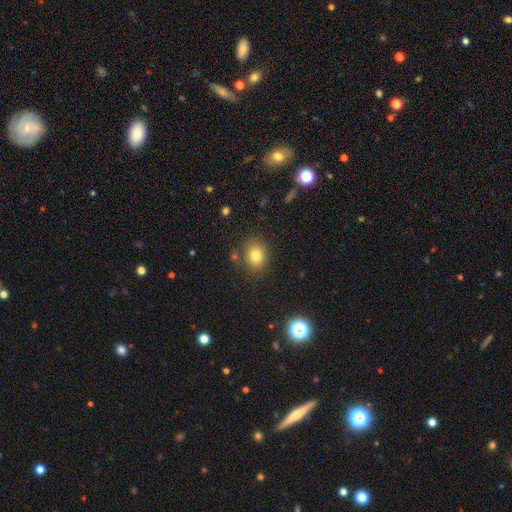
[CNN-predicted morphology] smooth_or_featured: smooth (p=0.80) [alt: star or artifact p=0.12]
how_rounded: round (p=0.56) [alt: in between p=0.43]
merging: none (p=0.81) [alt: minor disturbance p=0.11]